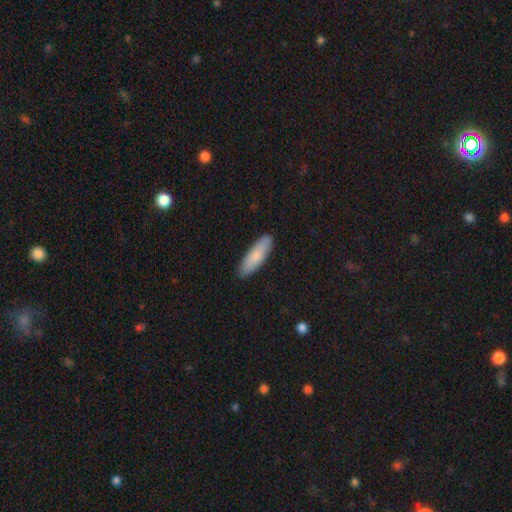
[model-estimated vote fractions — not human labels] Smooth or featured? smooth (84%)
How rounded? cigar-shaped (56%)
Merging? none (89%)